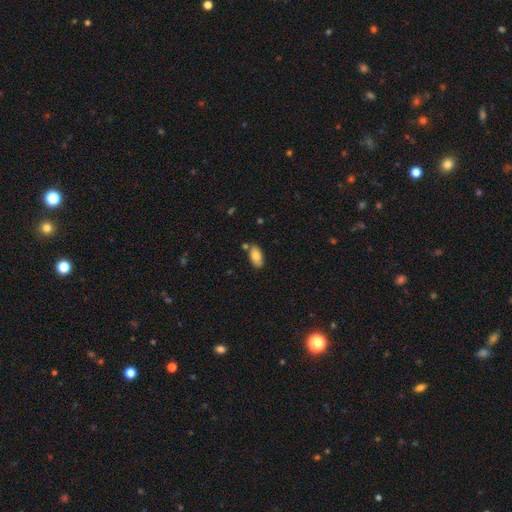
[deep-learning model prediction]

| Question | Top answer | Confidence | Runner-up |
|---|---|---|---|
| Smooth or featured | smooth | 78% | featured or disk (15%) |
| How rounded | in between | 94% | round (3%) |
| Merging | none | 74% | minor disturbance (15%) |